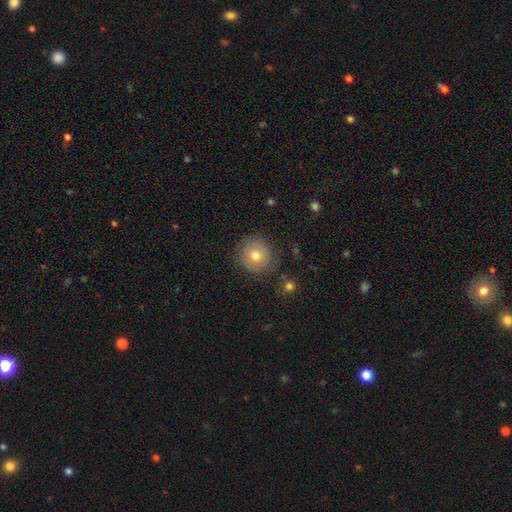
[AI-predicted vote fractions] The model was most divided on "smooth or featured": smooth: 63%, featured or disk: 27%, star or artifact: 11%. More confident: how rounded — round (89%); merging — none (83%).